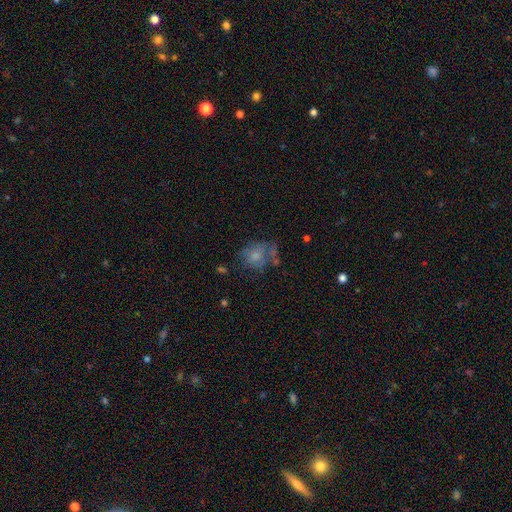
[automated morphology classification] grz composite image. It shows a smooth galaxy with no disk features (66%) that is round (57%). Merging: none (41%).